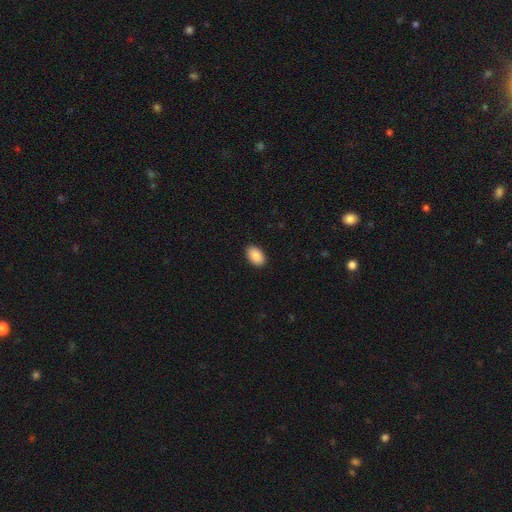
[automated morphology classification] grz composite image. It shows a smooth galaxy with no disk features (91%) that is in between round and cigar-shaped (91%). Merging: none (91%).